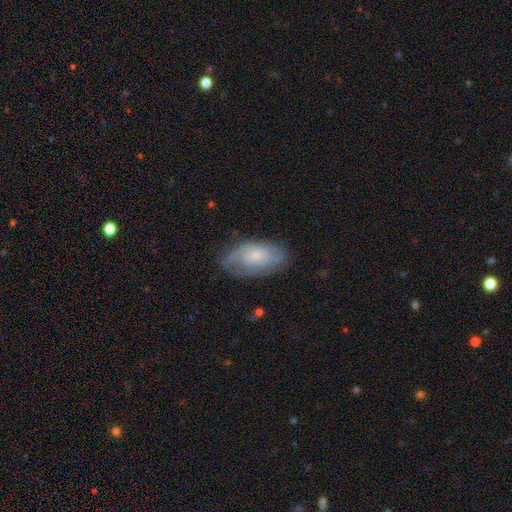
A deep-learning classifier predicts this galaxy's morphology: Smooth or featured? featured or disk (68%)
Edge-on disk? no (94%)
Bar? no (78%)
Spiral arms? yes (83%)
Spiral winding? tight (54%)
Spiral arm count? can't tell (46%)
Bulge size? small (73%)
Merging? none (65%)